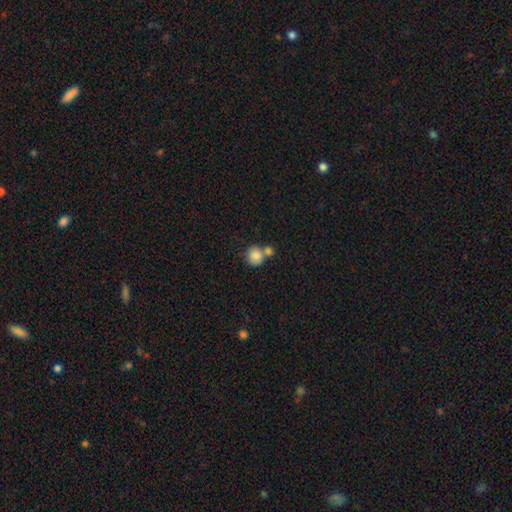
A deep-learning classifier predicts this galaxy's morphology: This appears to be a smooth galaxy with no disk features (85%) that is round (88%). Merging: none (44%).